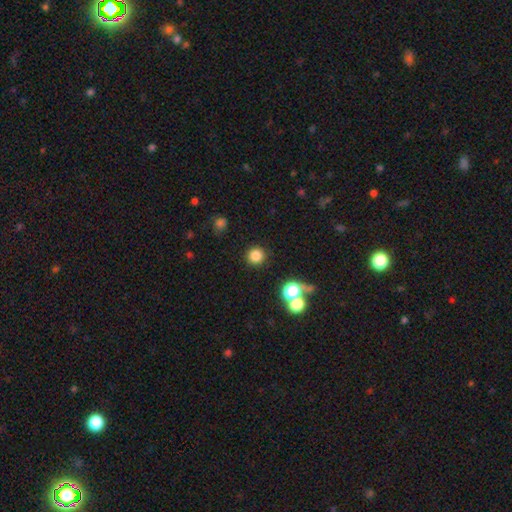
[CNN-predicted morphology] smooth-or-featured: smooth: 81% | star or artifact: 14% | featured or disk: 5%
  how-rounded: round: 95% | in between: 5% | cigar-shaped: 1%
  merging: none: 88% | minor disturbance: 5% | merger: 4% | major disturbance: 3%